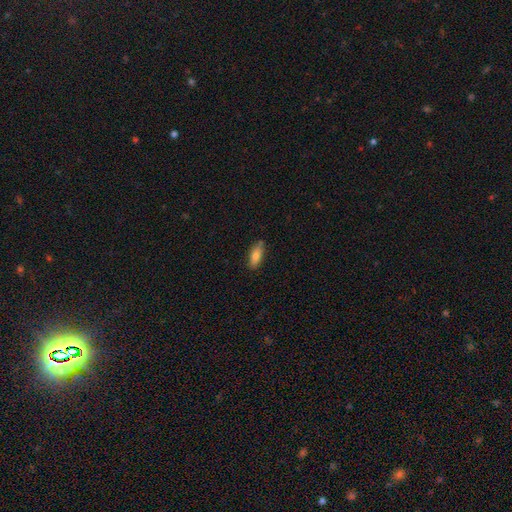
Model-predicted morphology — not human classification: type=smooth (77%); roundness=in between (68%); merging=none (80%).